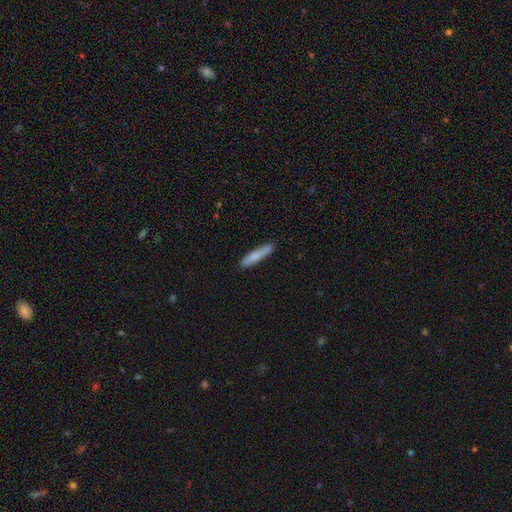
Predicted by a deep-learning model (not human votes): smooth_or_featured: smooth (p=0.77) [alt: featured or disk p=0.18]
how_rounded: cigar-shaped (p=0.88) [alt: in between p=0.11]
merging: none (p=0.83) [alt: minor disturbance p=0.13]